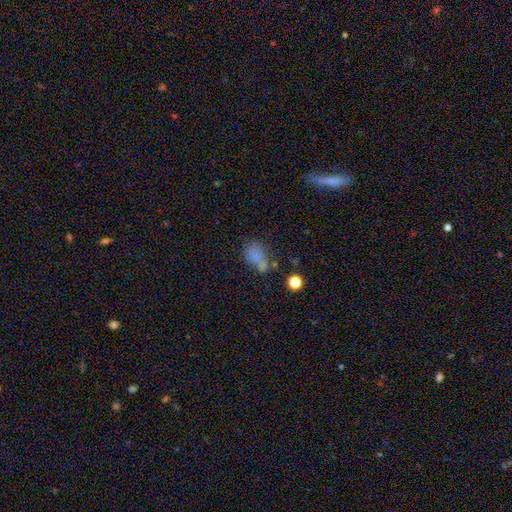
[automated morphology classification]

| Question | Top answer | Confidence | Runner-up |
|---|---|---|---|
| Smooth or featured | smooth | 67% | star or artifact (17%) |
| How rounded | in between | 75% | round (23%) |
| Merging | none | 40% | minor disturbance (23%) |